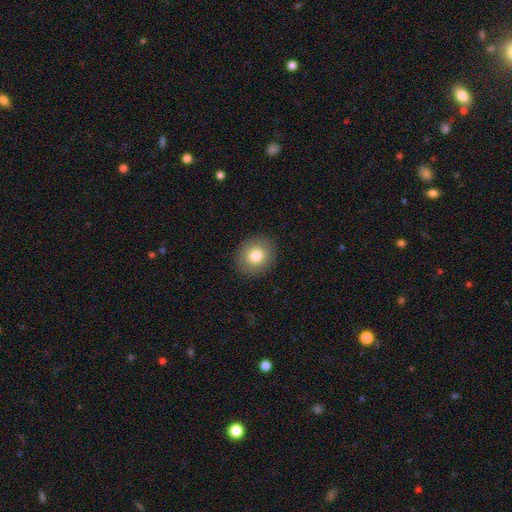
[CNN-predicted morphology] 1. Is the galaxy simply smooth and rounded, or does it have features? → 80% smooth, 11% featured or disk, 9% star or artifact.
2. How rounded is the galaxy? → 73% round, 26% in between, 1% cigar-shaped.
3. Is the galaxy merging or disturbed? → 89% none, 7% minor disturbance, 2% major disturbance, 1% merger.